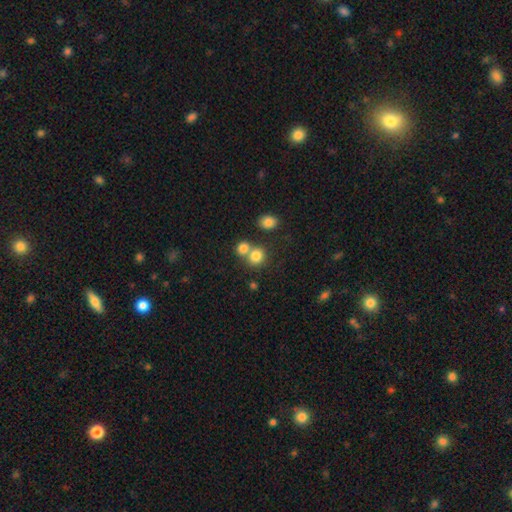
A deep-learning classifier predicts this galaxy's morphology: Overall: smooth (81%). How rounded: round (78%). Merging: none (48%; merger 41%).